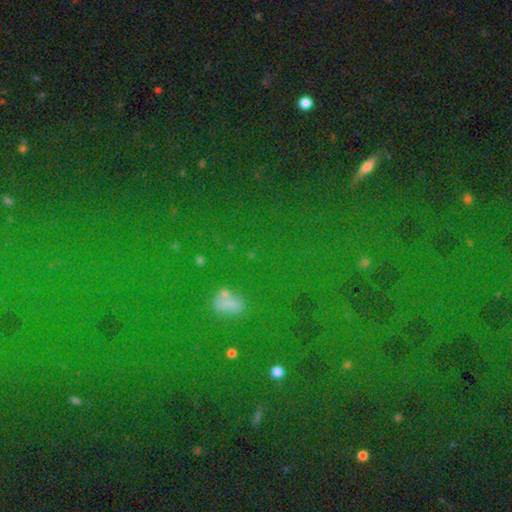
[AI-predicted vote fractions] Morphology: type=star or artifact (70%).